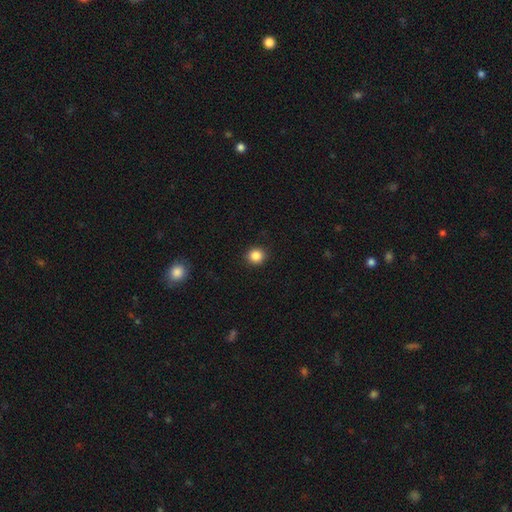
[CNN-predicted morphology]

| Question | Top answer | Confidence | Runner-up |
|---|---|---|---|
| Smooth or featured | smooth | 86% | star or artifact (11%) |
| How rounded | round | 88% | in between (11%) |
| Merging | none | 91% | minor disturbance (6%) |